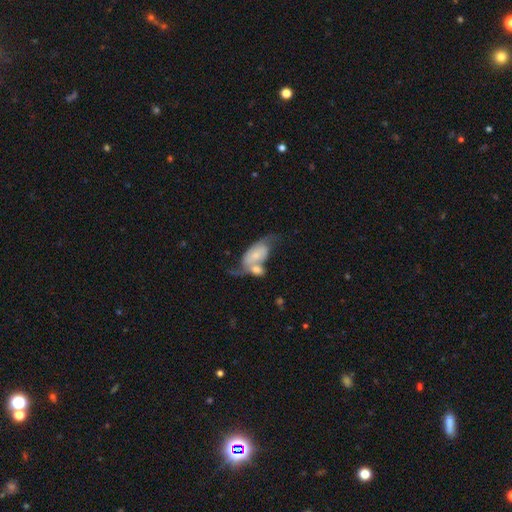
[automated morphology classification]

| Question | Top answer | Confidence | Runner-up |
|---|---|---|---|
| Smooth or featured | featured or disk | 57% | smooth (36%) |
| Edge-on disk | no | 94% | yes (6%) |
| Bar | no | 68% | weak (25%) |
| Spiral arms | yes | 81% | no (19%) |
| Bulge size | small | 53% | moderate (24%) |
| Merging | merger | 48% | none (22%) |